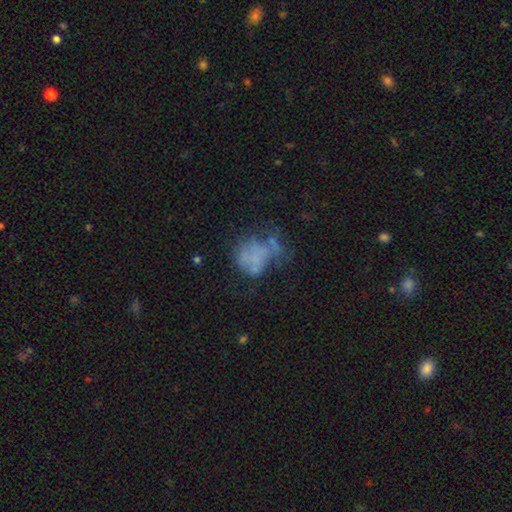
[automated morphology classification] smooth-or-featured: smooth: 44% | featured or disk: 39% | star or artifact: 17%
  merging: major disturbance: 36% | none: 30% | minor disturbance: 23% | merger: 12%